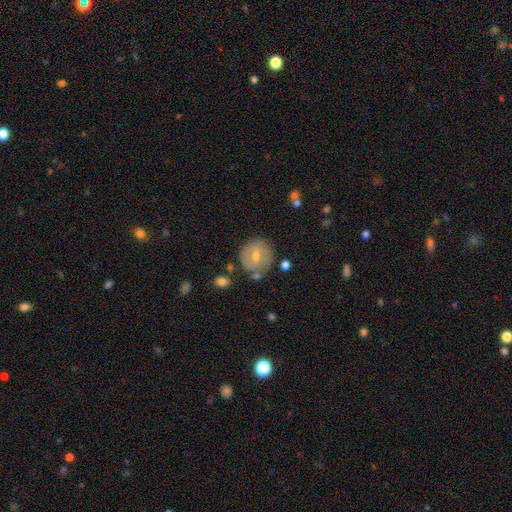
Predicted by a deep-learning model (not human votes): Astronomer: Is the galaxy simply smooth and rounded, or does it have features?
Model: smooth — 52% (runner-up: featured or disk, 40%).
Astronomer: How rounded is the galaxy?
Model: round — 86%.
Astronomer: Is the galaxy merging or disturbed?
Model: none — 71%.